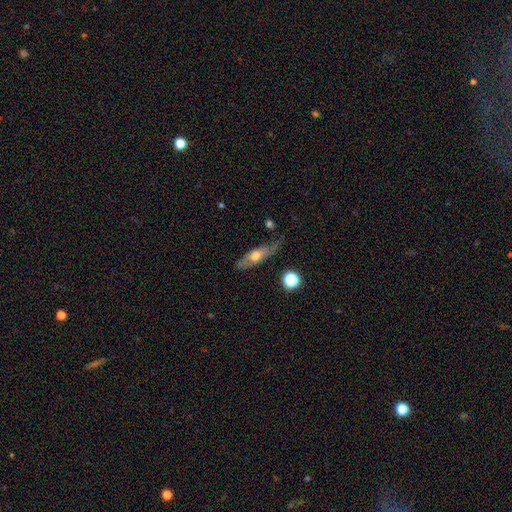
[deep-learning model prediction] Smooth or featured? Predicted: featured or disk (p=0.52). Edge-on disk? Predicted: yes (p=0.55). Merging? Predicted: none (p=0.63).